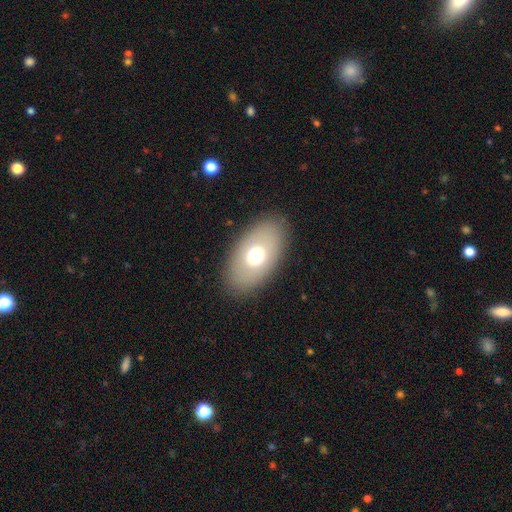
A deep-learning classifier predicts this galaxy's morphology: Q: Smooth or featured?
A: smooth (65%); runner-up: featured or disk (26%)
Q: How rounded?
A: in between (91%); runner-up: round (7%)
Q: Merging?
A: none (88%); runner-up: minor disturbance (8%)